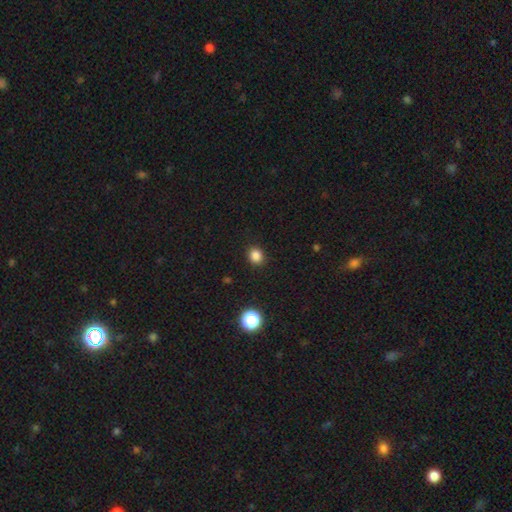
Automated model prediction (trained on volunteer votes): A smooth galaxy with no disk features (83%) that is round (76%). Merging: none (90%).